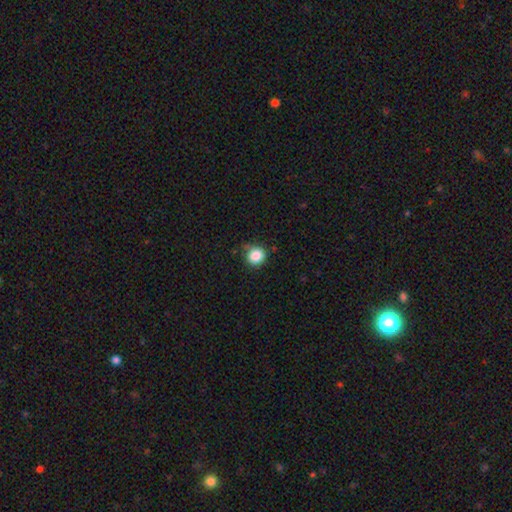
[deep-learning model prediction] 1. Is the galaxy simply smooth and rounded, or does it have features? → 86% smooth, 10% star or artifact, 4% featured or disk.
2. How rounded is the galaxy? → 87% round, 12% in between, 1% cigar-shaped.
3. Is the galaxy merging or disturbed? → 71% none, 22% minor disturbance, 5% major disturbance, 2% merger.